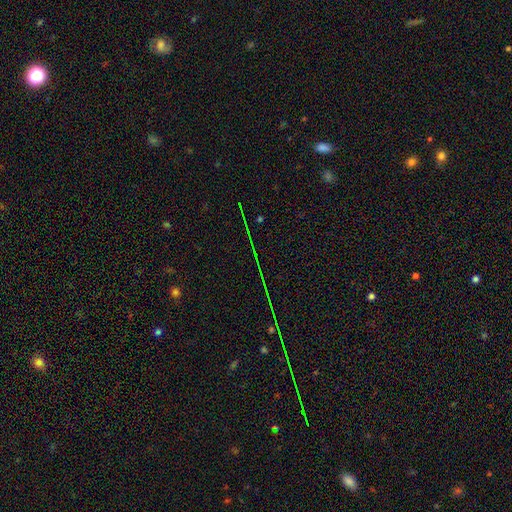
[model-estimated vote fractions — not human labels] Smooth or featured? star or artifact (80%)